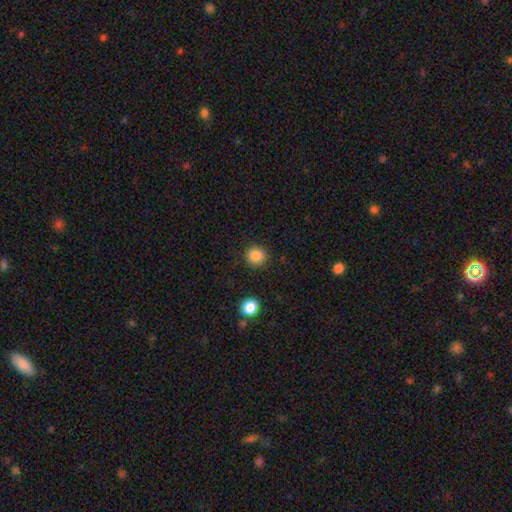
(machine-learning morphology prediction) A smooth galaxy with no disk features (86%) that is round (91%). Merging: none (90%).